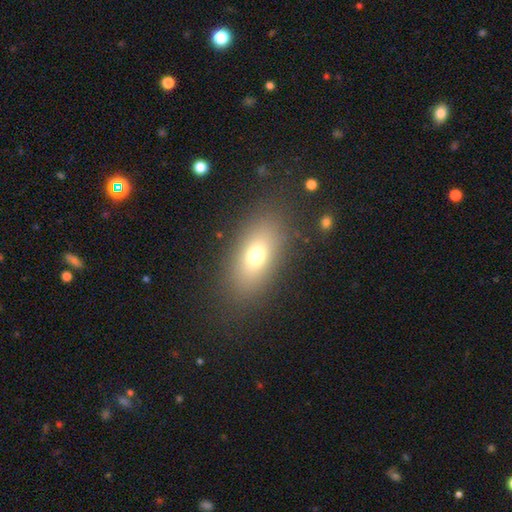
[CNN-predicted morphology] smooth 71%, featured or disk 17%, star or artifact 12%. Down the decision tree: how rounded — in between (84%); merging — none (84%).